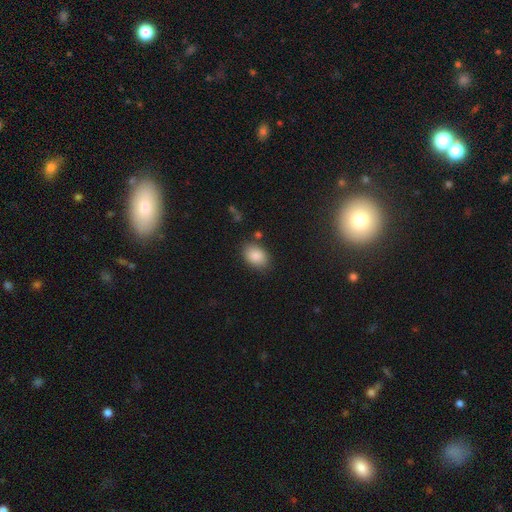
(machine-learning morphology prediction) A smooth galaxy with no disk features (88%) that is in between round and cigar-shaped (81%).

Vote fractions:
- Smooth or featured? smooth: 88% / star or artifact: 7% / featured or disk: 5%
- How rounded? in between: 81% / round: 18% / cigar-shaped: 1%
- Merging? none: 80% / minor disturbance: 13% / major disturbance: 4% / merger: 3%